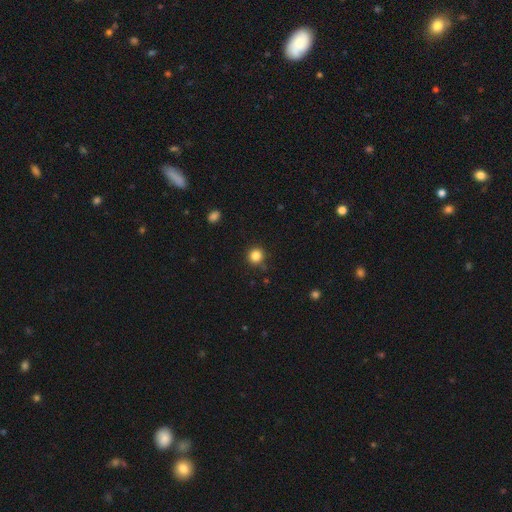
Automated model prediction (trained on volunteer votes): A smooth galaxy with no disk features (84%) that is round (93%).

Vote fractions:
- Smooth or featured? smooth: 84% / star or artifact: 12% / featured or disk: 4%
- How rounded? round: 93% / in between: 6% / cigar-shaped: 1%
- Merging? none: 87% / minor disturbance: 9% / major disturbance: 2% / merger: 2%